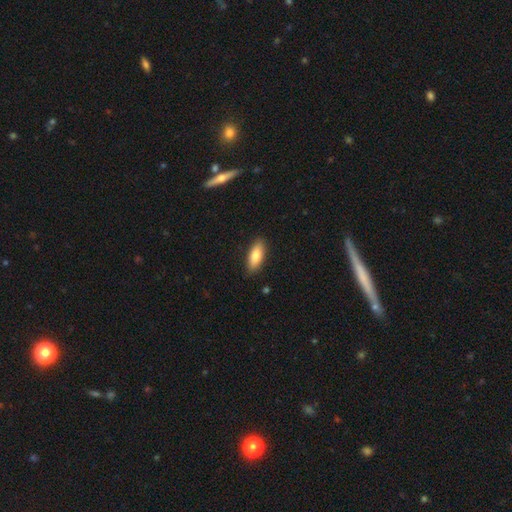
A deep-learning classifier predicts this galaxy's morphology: Smooth or featured? smooth (81%)
How rounded? in between (74%)
Merging? none (88%)